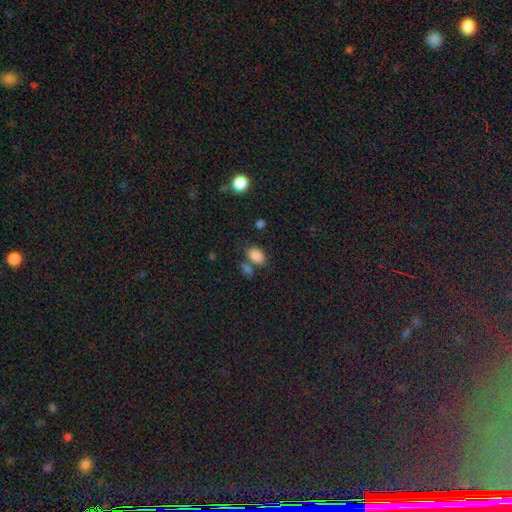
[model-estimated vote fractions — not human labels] A smooth galaxy with no disk features (85%) that is in between round and cigar-shaped (85%). Merging: none (61%).